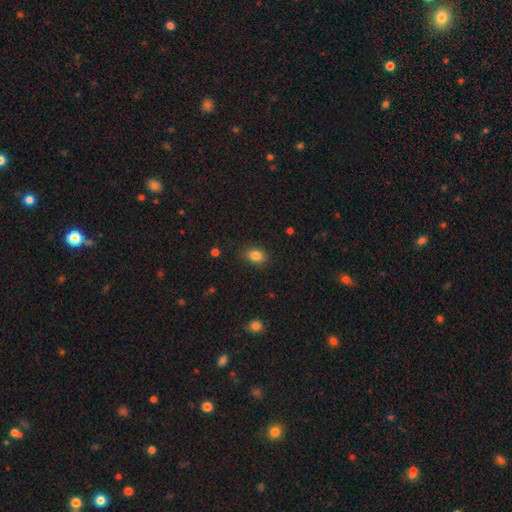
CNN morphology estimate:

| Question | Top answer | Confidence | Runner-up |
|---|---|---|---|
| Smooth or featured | smooth | 84% | star or artifact (10%) |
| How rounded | in between | 71% | round (27%) |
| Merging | none | 85% | minor disturbance (11%) |